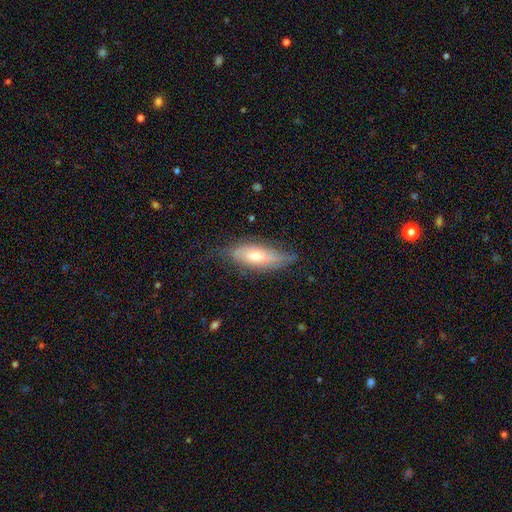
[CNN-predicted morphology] Q: Smooth or featured?
A: smooth (47%); runner-up: featured or disk (46%)
Q: Merging?
A: none (58%); runner-up: minor disturbance (30%)